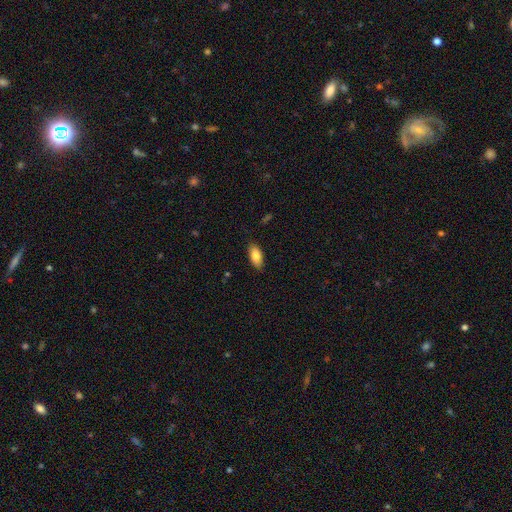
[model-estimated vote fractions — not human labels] Smooth or featured?
  - smooth: 84% *
  - featured or disk: 10%
  - star or artifact: 6%
How rounded?
  - in between: 90% *
  - cigar-shaped: 8%
  - round: 2%
Merging?
  - none: 87% *
  - minor disturbance: 10%
  - major disturbance: 2%
  - merger: 1%